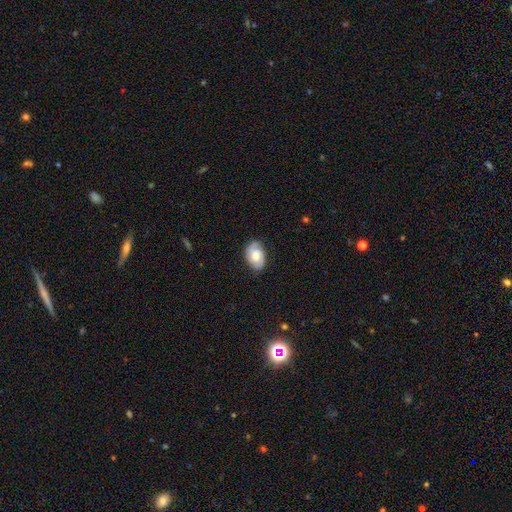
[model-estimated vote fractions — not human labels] featured or disk 61%, smooth 31%, star or artifact 7%. Down the decision tree: edge-on disk — no (96%); bar — no (63%); spiral arms — yes (90%); spiral arm count — 2 (76%); spiral winding — tight (45%); bulge size — moderate (61%); merging — none (75%).